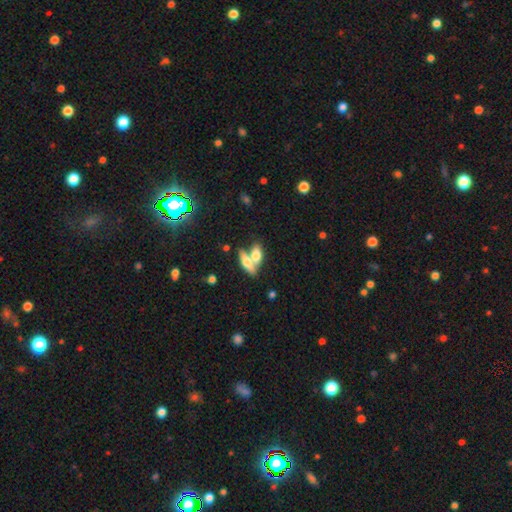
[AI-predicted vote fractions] Smooth or featured?
  - smooth: 65% *
  - featured or disk: 26%
  - star or artifact: 8%
How rounded?
  - in between: 73% *
  - cigar-shaped: 22%
  - round: 5%
Merging?
  - merger: 58% *
  - none: 32%
  - minor disturbance: 7%
  - major disturbance: 3%